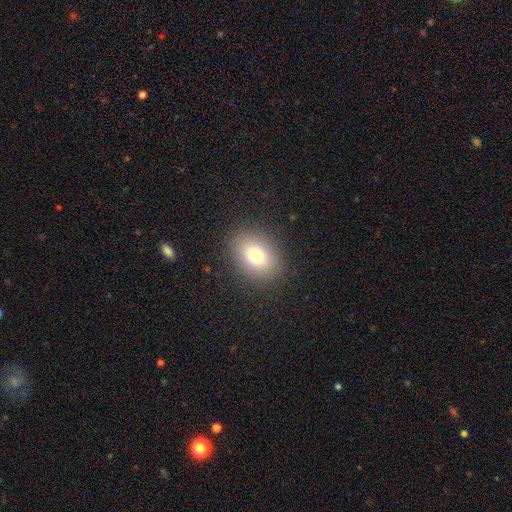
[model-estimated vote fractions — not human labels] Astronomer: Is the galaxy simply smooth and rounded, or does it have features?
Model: smooth — 77%.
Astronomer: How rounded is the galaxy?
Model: in between — 64%.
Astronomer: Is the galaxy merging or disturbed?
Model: none — 87%.